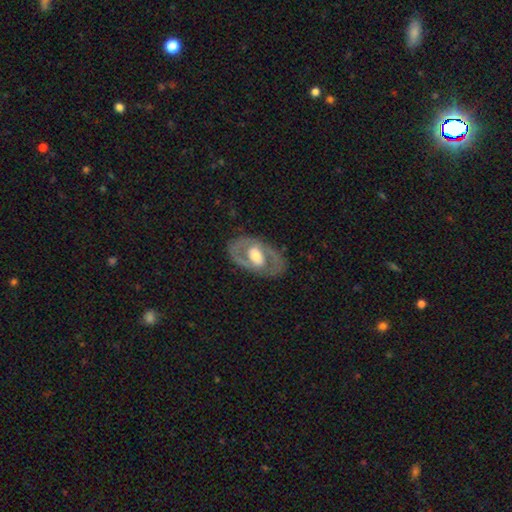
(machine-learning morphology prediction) The model was most divided on "bar": no: 44%, weak: 36%, strong: 20%. More confident: edge-on disk — no (94%); merging — none (80%); smooth or featured — featured or disk (74%); spiral arms — yes (58%); bulge size — moderate (53%).